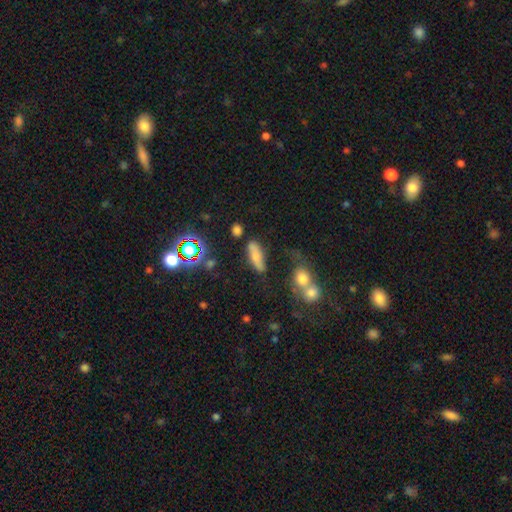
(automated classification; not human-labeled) This appears to be a smooth galaxy with no disk features (63%) that is in between round and cigar-shaped (51%). Merging: none (67%).